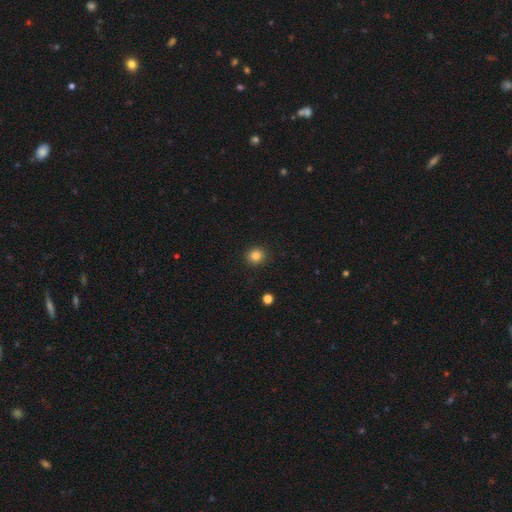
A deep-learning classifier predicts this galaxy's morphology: smooth-or-featured: smooth: 85% | star or artifact: 11% | featured or disk: 4%
  how-rounded: round: 88% | in between: 12% | cigar-shaped: 1%
  merging: none: 91% | minor disturbance: 6% | major disturbance: 2% | merger: 1%